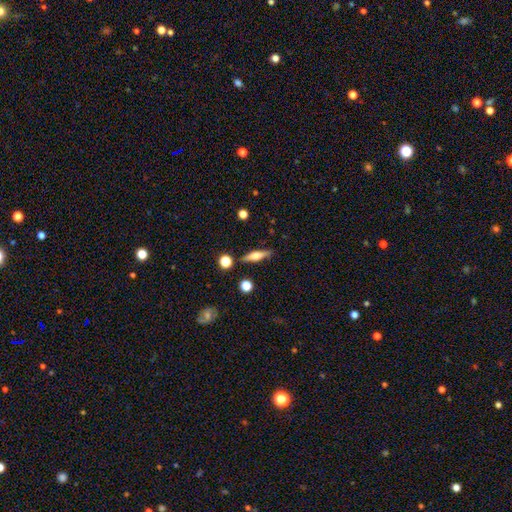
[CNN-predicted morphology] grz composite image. It shows a smooth galaxy with no disk features (47%). Merging: none (84%).